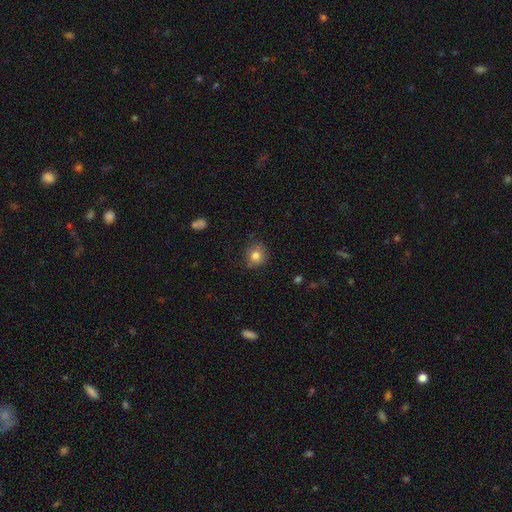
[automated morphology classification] A smooth galaxy with no disk features (79%) that is round (86%).

Vote fractions:
- Smooth or featured? smooth: 79% / star or artifact: 11% / featured or disk: 10%
- How rounded? round: 86% / in between: 13% / cigar-shaped: 1%
- Merging? none: 73% / minor disturbance: 20% / major disturbance: 5% / merger: 2%